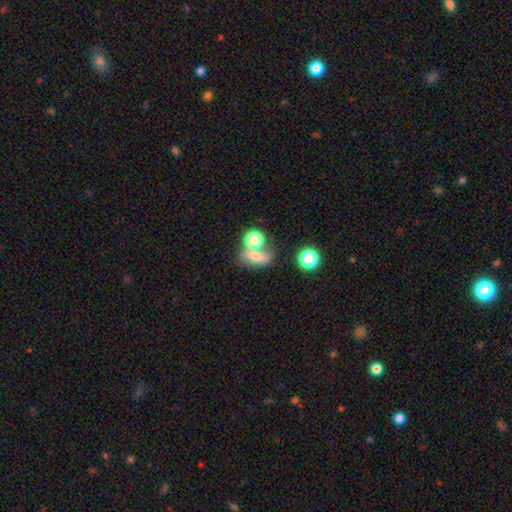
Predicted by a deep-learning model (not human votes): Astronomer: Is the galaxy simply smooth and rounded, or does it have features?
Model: smooth — 67%.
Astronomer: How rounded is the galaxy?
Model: in between — 62%.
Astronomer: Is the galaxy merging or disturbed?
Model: none — 46% (runner-up: merger, 34%).